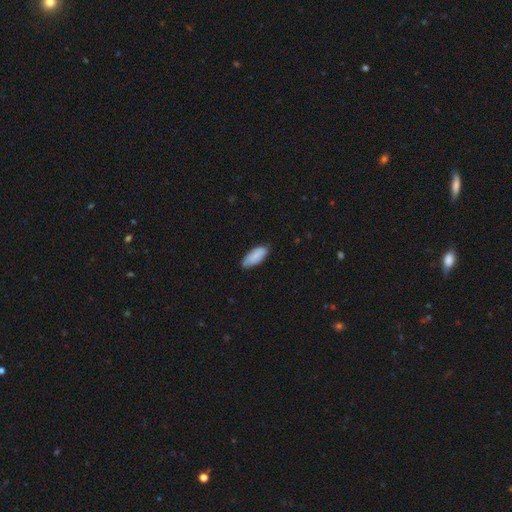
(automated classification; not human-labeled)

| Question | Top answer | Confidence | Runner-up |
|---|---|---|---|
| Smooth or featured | smooth | 86% | featured or disk (8%) |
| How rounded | in between | 81% | cigar-shaped (18%) |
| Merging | none | 77% | minor disturbance (19%) |